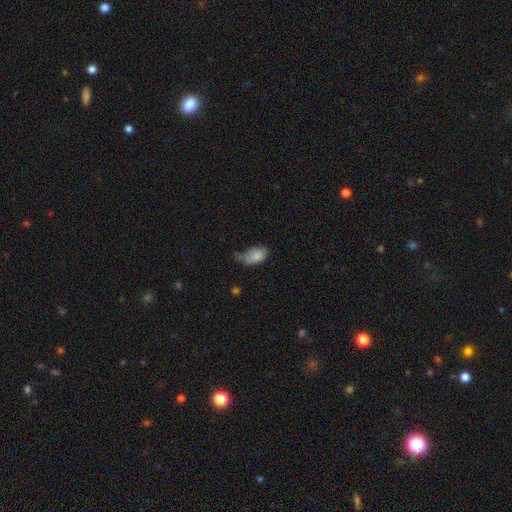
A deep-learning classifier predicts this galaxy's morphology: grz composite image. It shows a smooth galaxy with no disk features (79%) that is in between round and cigar-shaped (91%). Merging: minor disturbance (39%).